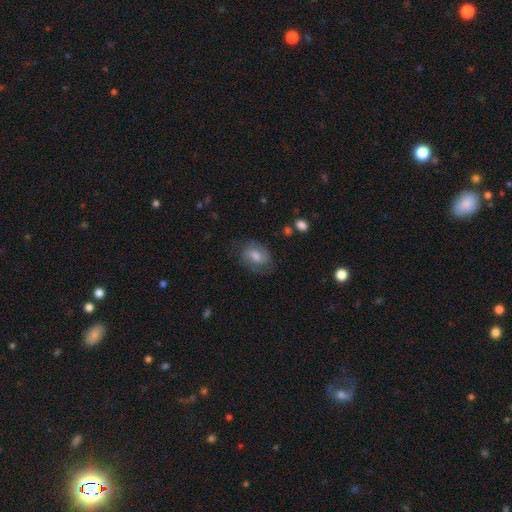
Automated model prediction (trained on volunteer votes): Morphology: type=featured or disk (48%); merging=none (74%).